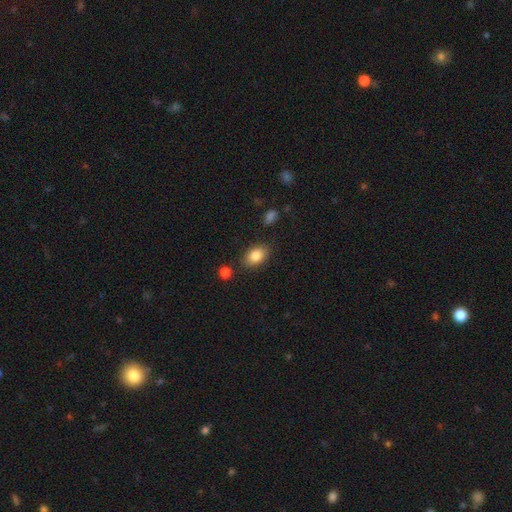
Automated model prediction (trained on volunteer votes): A smooth galaxy with no disk features (85%) that is in between round and cigar-shaped (85%). Merging: none (82%).